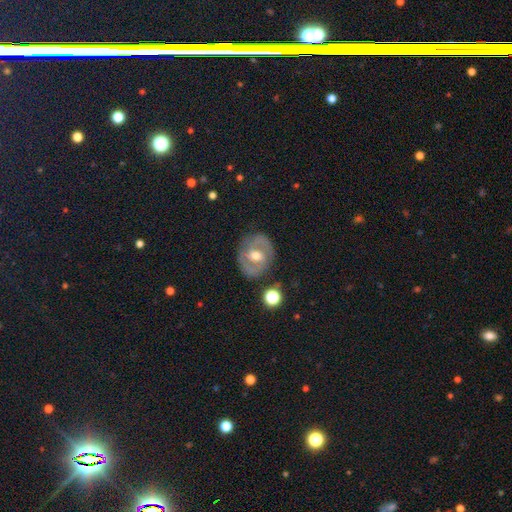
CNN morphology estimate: Overall: featured or disk (72%). Edge-on disk: no (96%). Bar: weak (45%; no 35%). Spiral arms: yes (72%). Spiral arm count: 2 (82%). Spiral winding: medium (44%; tight 43%). Bulge size: moderate (74%). Merging: none (81%).